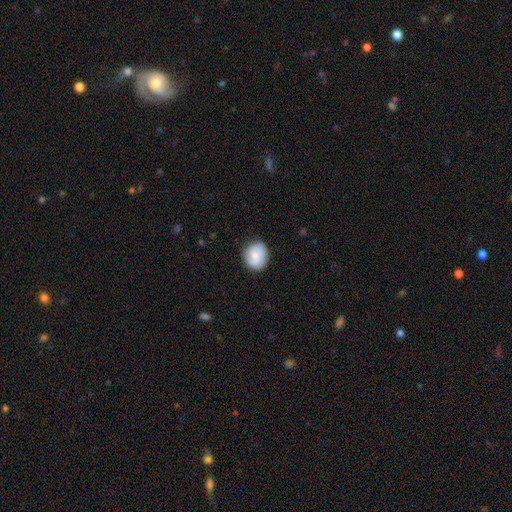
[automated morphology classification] Q: Smooth or featured?
A: smooth (81%); runner-up: featured or disk (13%)
Q: How rounded?
A: round (65%); runner-up: in between (34%)
Q: Merging?
A: none (81%); runner-up: minor disturbance (15%)